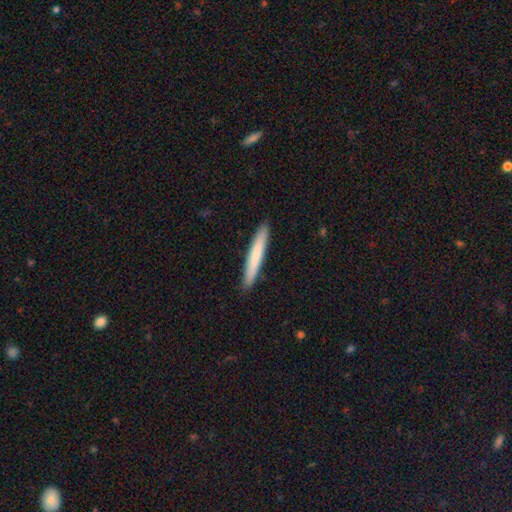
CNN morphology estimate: This is likely a smooth galaxy (75%). How rounded: clearly cigar-shaped (96%). Merging: clearly none (92%).